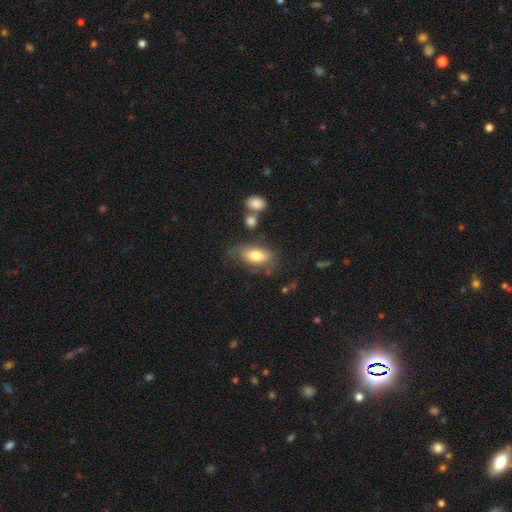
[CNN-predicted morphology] Overall: smooth (73%). How rounded: in between (89%). Merging: none (56%; minor disturbance 25%).